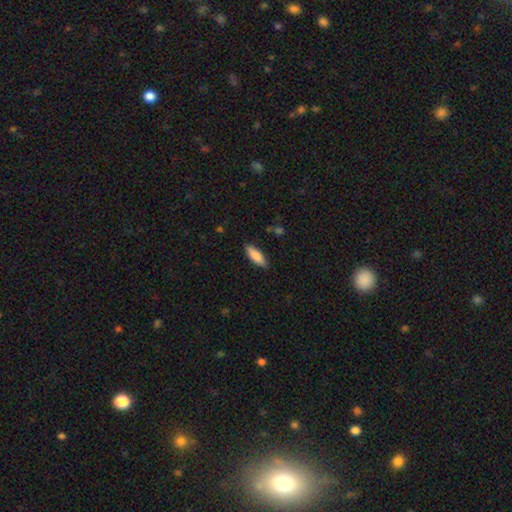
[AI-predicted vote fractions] This is clearly a smooth galaxy (87%). How rounded: likely in between (61%). Merging: clearly none (86%).